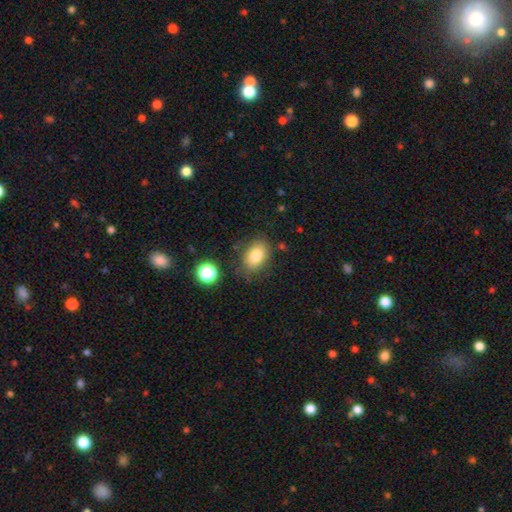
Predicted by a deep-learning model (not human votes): Smooth or featured? Predicted: smooth (p=0.82). How rounded? Predicted: in between (p=0.84). Merging? Predicted: none (p=0.76).